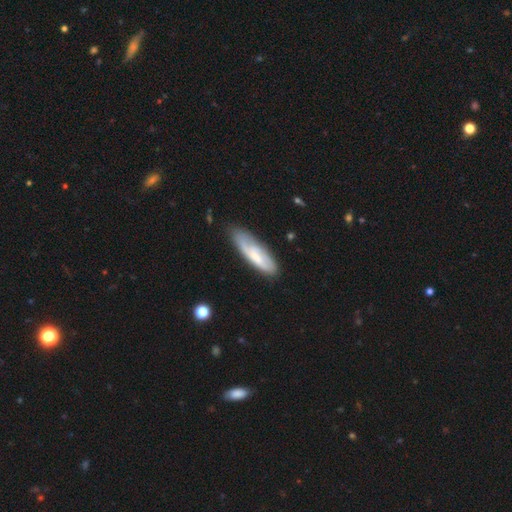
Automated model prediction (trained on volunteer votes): Q: Smooth or featured?
A: smooth (54%); runner-up: featured or disk (40%)
Q: How rounded?
A: cigar-shaped (54%); runner-up: in between (45%)
Q: Merging?
A: none (65%); runner-up: minor disturbance (25%)